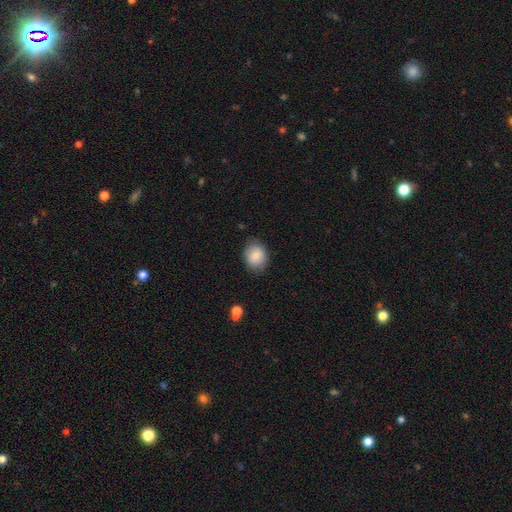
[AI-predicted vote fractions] Smooth or featured: smooth — 81% (featured or disk — 11%)
How rounded: round — 53% (in between — 46%)
Merging: none — 81% (minor disturbance — 15%)